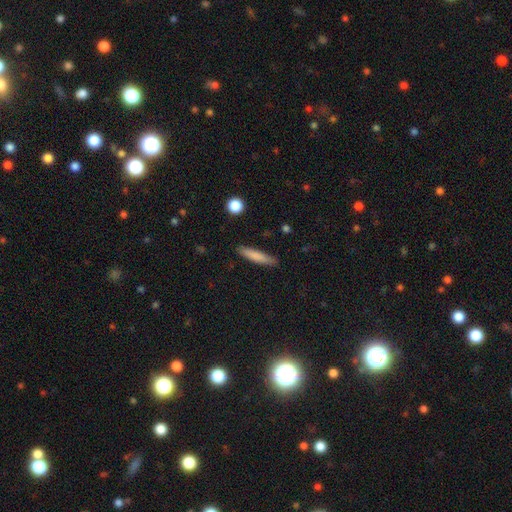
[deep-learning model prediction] Overall: smooth (79%). How rounded: cigar-shaped (87%). Merging: none (85%).